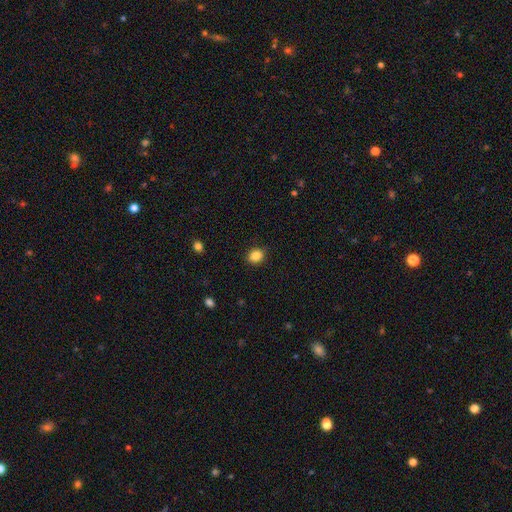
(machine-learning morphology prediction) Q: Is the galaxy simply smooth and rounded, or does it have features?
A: smooth — 86%.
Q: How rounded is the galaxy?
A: round — 64%.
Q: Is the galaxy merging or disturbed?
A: none — 87%.